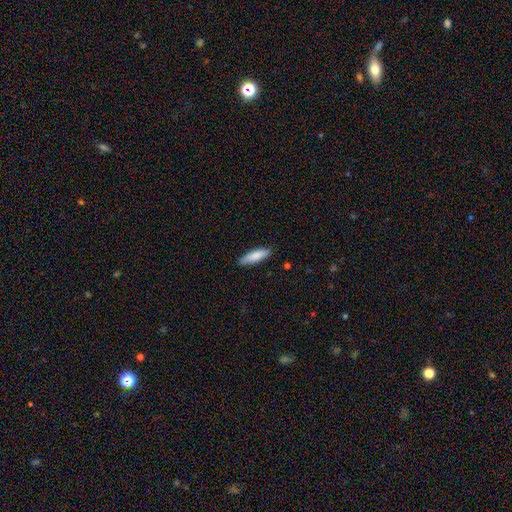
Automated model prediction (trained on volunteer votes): This appears to be a smooth galaxy with no disk features (81%) that is cigar-shaped (65%). Merging: none (86%).